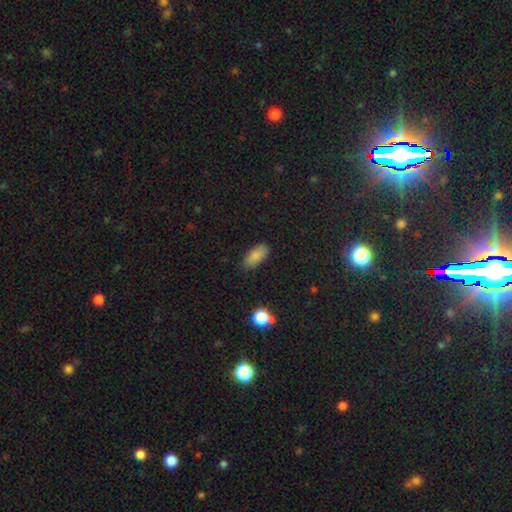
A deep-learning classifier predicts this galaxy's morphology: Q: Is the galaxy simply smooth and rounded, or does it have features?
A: smooth — 85%.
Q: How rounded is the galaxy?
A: in between — 89%.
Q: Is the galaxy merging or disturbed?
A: none — 82%.